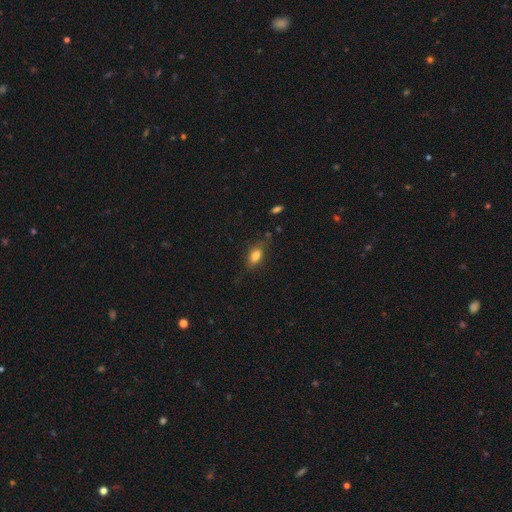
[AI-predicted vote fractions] Smooth or featured? smooth (79%)
How rounded? in between (84%)
Merging? none (72%)